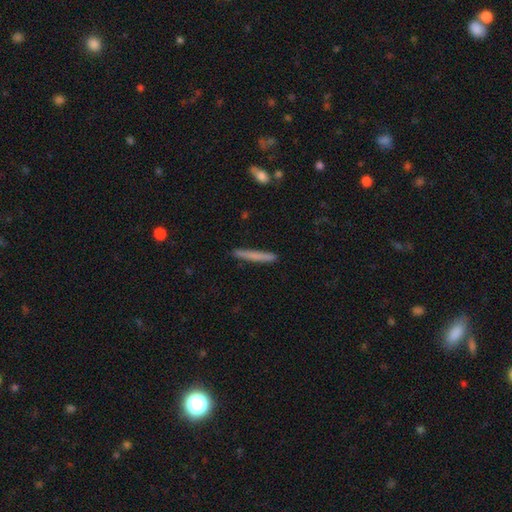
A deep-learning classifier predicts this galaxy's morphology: smooth_or_featured: smooth (p=0.70) [alt: featured or disk p=0.24]
how_rounded: cigar-shaped (p=0.96) [alt: in between p=0.02]
merging: none (p=0.89) [alt: minor disturbance p=0.08]